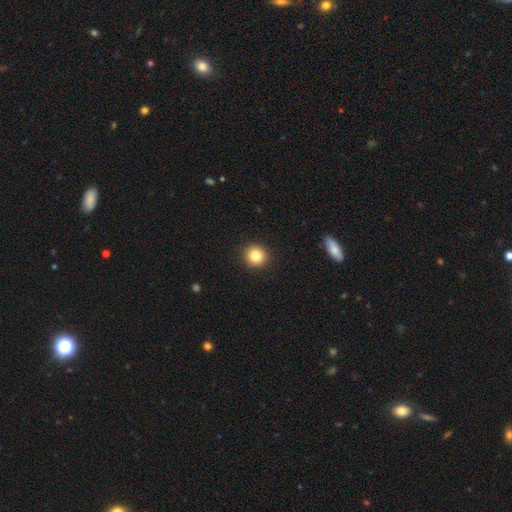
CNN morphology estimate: The model was most divided on "smooth or featured": smooth: 83%, star or artifact: 10%, featured or disk: 7%. More confident: how rounded — round (93%); merging — none (92%).